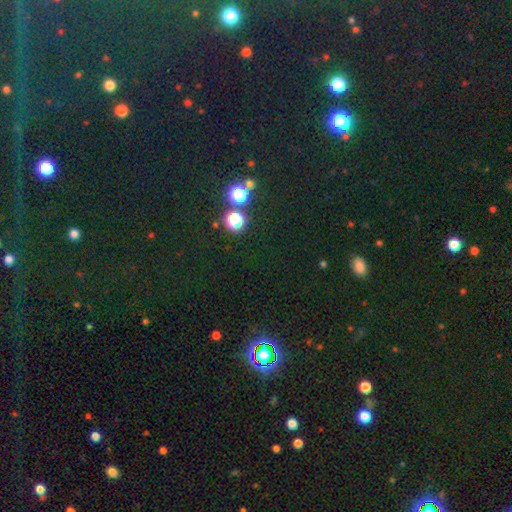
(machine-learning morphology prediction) star or artifact 73%, smooth 19%, featured or disk 8%.